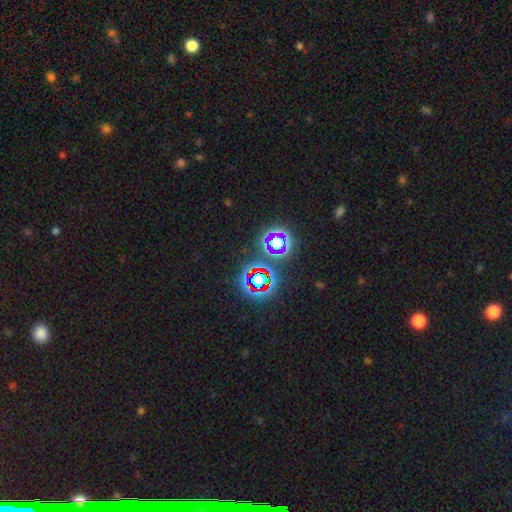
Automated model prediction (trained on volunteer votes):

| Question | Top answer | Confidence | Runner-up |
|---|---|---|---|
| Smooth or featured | star or artifact | 73% | smooth (18%) |